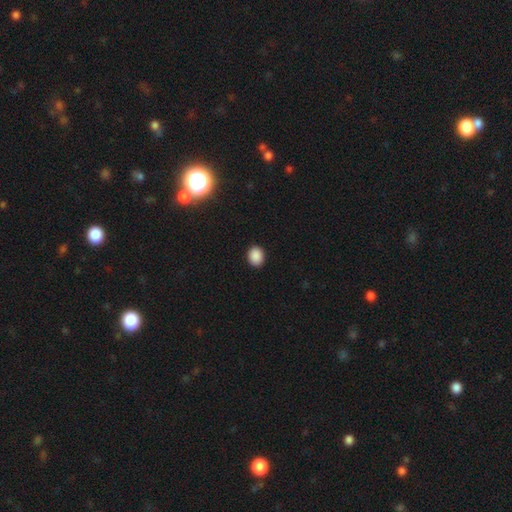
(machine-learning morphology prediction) Overall: smooth (88%). How rounded: in between (54%; round 45%). Merging: none (91%).